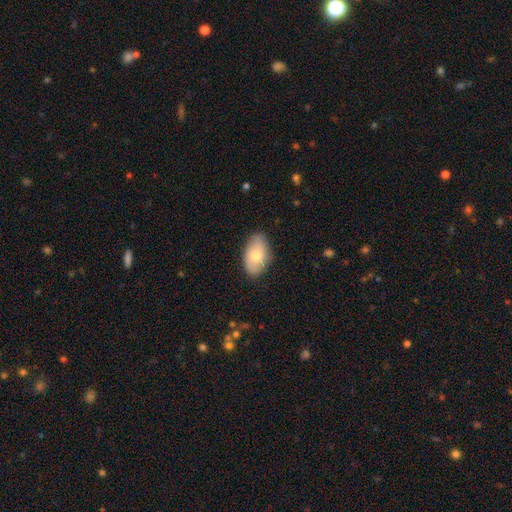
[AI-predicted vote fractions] A smooth galaxy with no disk features (71%) that is in between round and cigar-shaped (93%). Merging: none (81%).